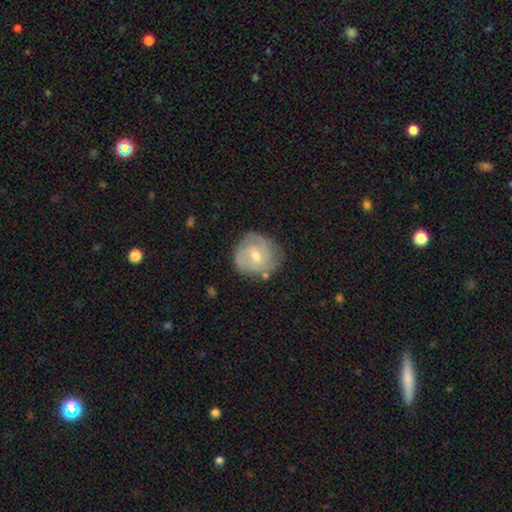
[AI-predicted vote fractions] smooth_or_featured: featured or disk (p=0.63) [alt: smooth p=0.31]
disk_edge_on: no (p=0.97) [alt: yes p=0.03]
bar: no (p=0.56) [alt: weak p=0.38]
has_spiral_arms: yes (p=0.81) [alt: no p=0.19]
bulge_size: moderate (p=0.59) [alt: small p=0.36]
merging: none (p=0.69) [alt: minor disturbance p=0.21]